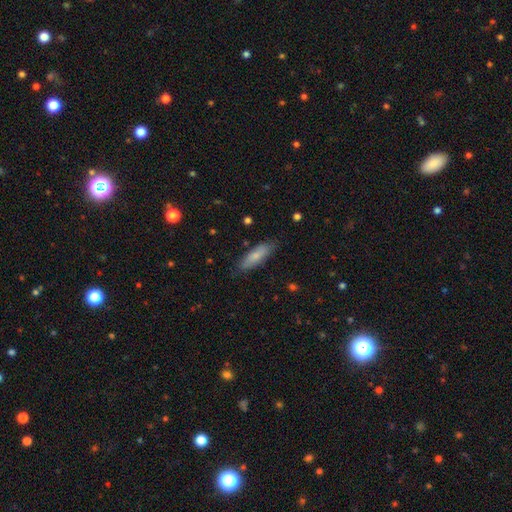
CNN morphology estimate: smooth_or_featured: smooth (p=0.75) [alt: featured or disk p=0.19]
how_rounded: cigar-shaped (p=0.54) [alt: in between p=0.44]
merging: none (p=0.82) [alt: minor disturbance p=0.14]